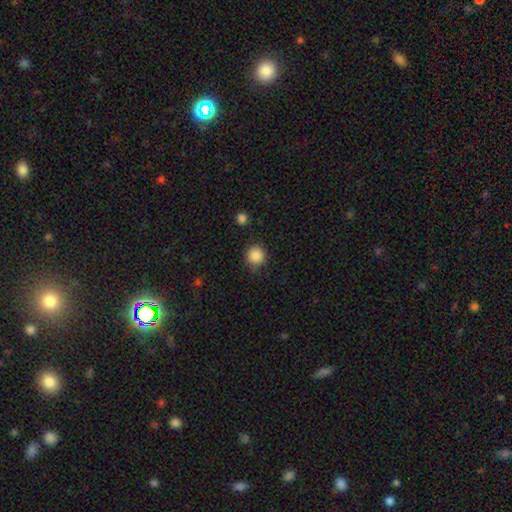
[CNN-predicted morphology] type=smooth (87%); roundness=round (94%); merging=none (85%).